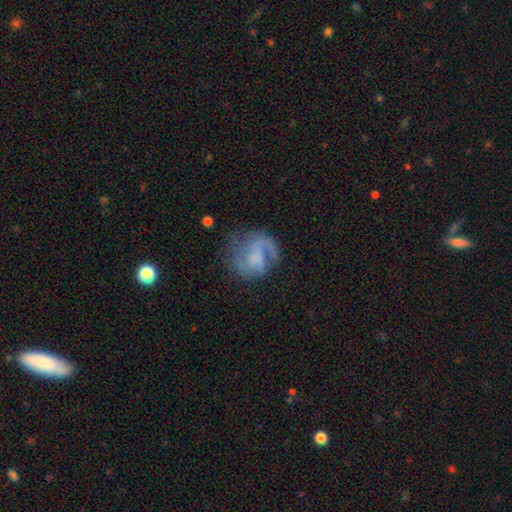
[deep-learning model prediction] Morphology: type=featured or disk (71%); edge-on=no (98%); bar=no (56%); spiral arms=yes (90%); winding=medium (45%); arm count=2 (45%); bulge=none (51%); merging=none (56%).